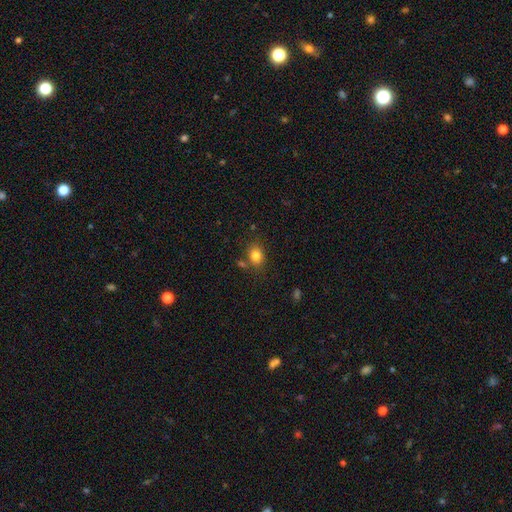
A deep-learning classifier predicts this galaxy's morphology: Smooth or featured? Predicted: smooth (p=0.82). How rounded? Predicted: in between (p=0.55). Merging? Predicted: none (p=0.74).